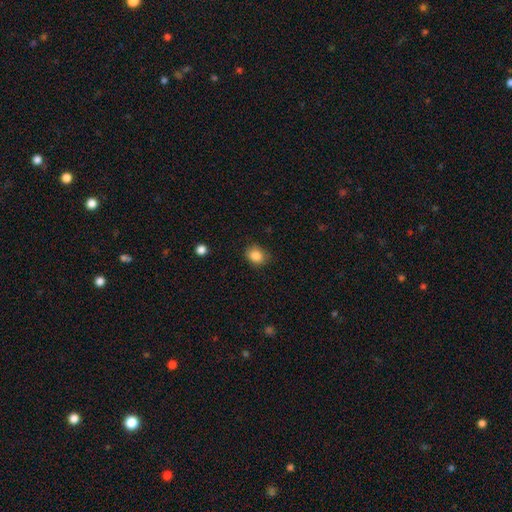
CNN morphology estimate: smooth 86%, star or artifact 10%, featured or disk 5%. Down the decision tree: how rounded — round (53%); merging — none (81%).